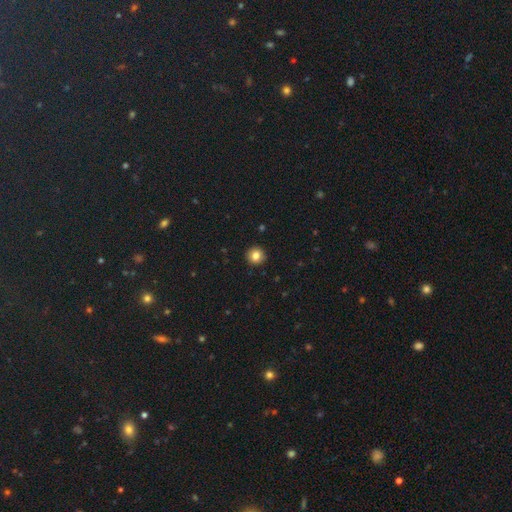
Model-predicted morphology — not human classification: smooth-or-featured: smooth: 83% | star or artifact: 10% | featured or disk: 6%
  how-rounded: round: 94% | in between: 5% | cigar-shaped: 1%
  merging: none: 93% | minor disturbance: 5% | major disturbance: 1% | merger: 1%